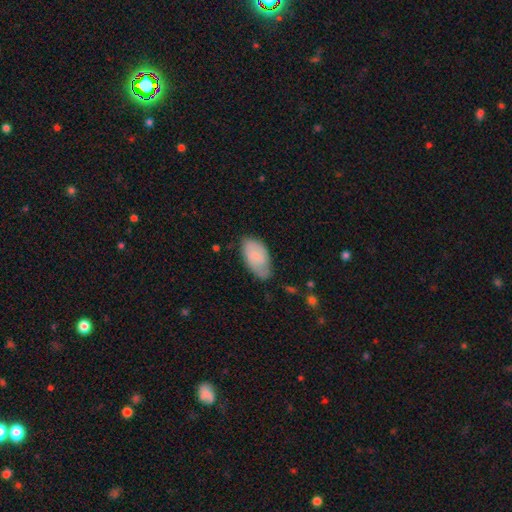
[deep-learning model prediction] Q: Smooth or featured?
A: smooth (75%); runner-up: featured or disk (19%)
Q: How rounded?
A: in between (95%); runner-up: round (3%)
Q: Merging?
A: none (60%); runner-up: minor disturbance (32%)